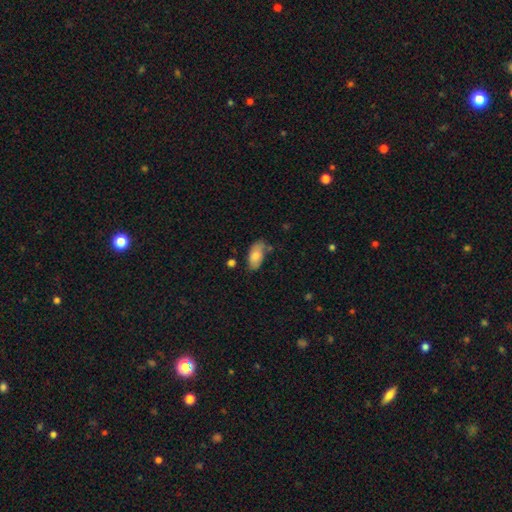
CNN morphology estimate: Smooth or featured? smooth (80%)
How rounded? in between (93%)
Merging? none (62%)